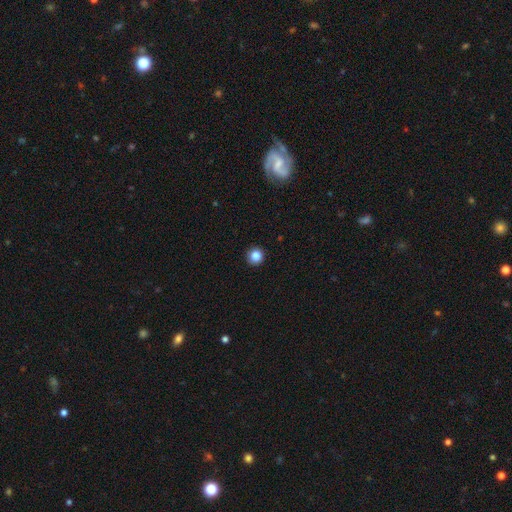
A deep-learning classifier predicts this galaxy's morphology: Smooth or featured?
  - smooth: 85% *
  - star or artifact: 11%
  - featured or disk: 4%
How rounded?
  - round: 94% *
  - in between: 5%
  - cigar-shaped: 1%
Merging?
  - none: 91% *
  - minor disturbance: 6%
  - major disturbance: 2%
  - merger: 1%